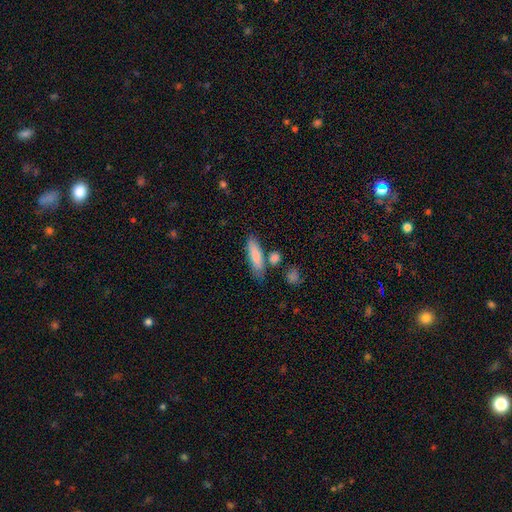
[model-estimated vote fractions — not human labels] smooth-or-featured: smooth: 82% | featured or disk: 12% | star or artifact: 6%
  how-rounded: cigar-shaped: 59% | in between: 38% | round: 3%
  merging: none: 66% | minor disturbance: 17% | merger: 12% | major disturbance: 5%